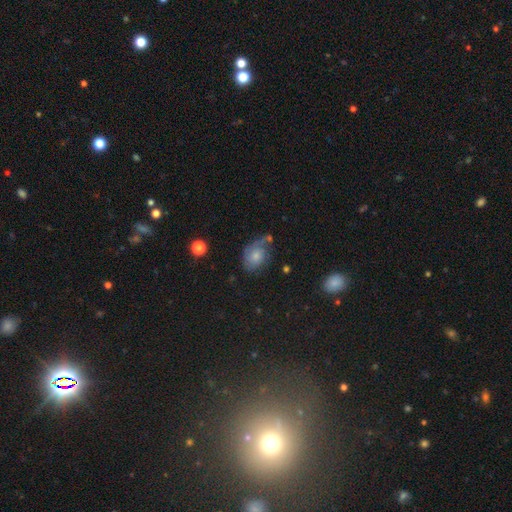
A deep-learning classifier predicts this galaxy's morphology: Q: Smooth or featured?
A: smooth (48%); runner-up: featured or disk (41%)
Q: Merging?
A: none (44%); runner-up: minor disturbance (29%)